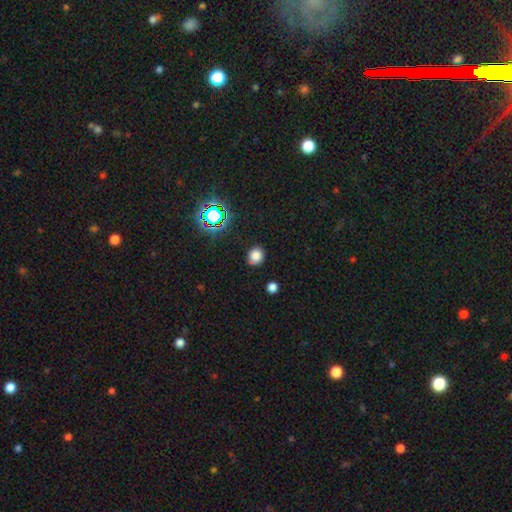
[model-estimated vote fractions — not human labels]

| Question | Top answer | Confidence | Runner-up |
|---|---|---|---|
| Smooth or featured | smooth | 78% | star or artifact (17%) |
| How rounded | round | 80% | in between (19%) |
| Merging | none | 83% | minor disturbance (12%) |